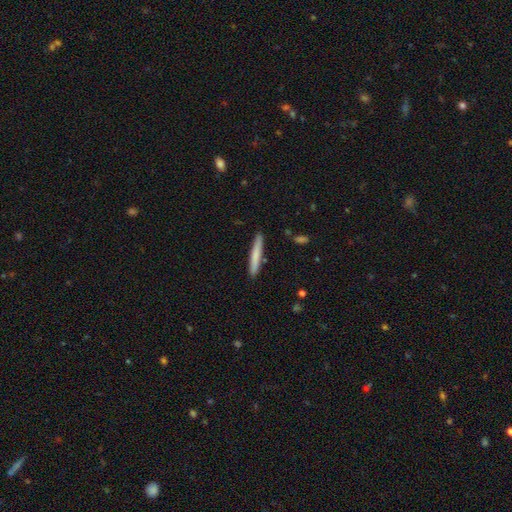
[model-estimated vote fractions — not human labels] This is likely a smooth galaxy (75%). How rounded: clearly cigar-shaped (95%). Merging: clearly none (89%).